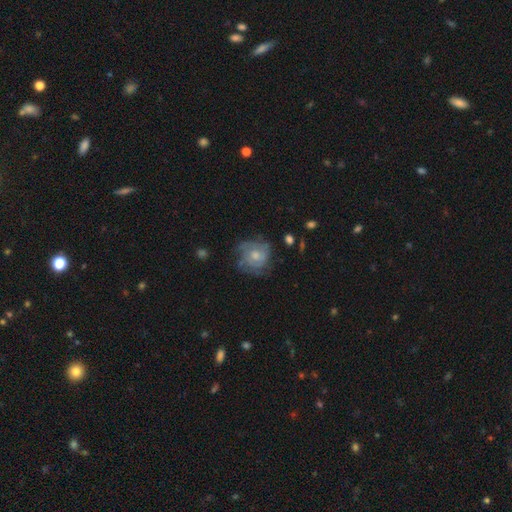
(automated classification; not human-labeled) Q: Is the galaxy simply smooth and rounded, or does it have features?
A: featured or disk — 59%.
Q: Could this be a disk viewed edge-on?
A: no — 97%.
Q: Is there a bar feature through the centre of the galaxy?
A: no — 80%.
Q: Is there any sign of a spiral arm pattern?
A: yes — 70%.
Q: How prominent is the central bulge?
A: moderate — 60%.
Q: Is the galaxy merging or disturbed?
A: none — 57%.